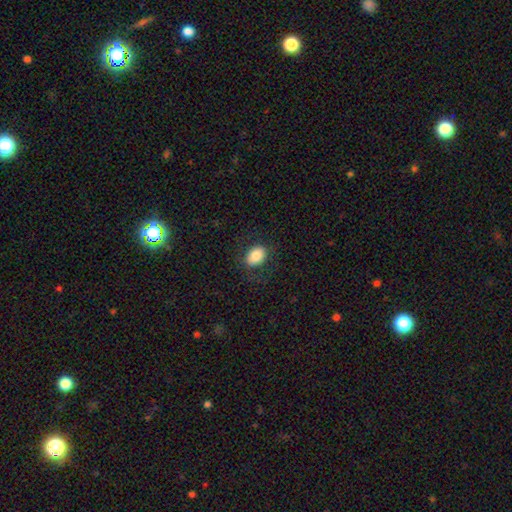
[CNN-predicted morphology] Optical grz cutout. It shows a smooth galaxy with no disk features (82%) that is in between round and cigar-shaped (74%). Merging: none (83%).